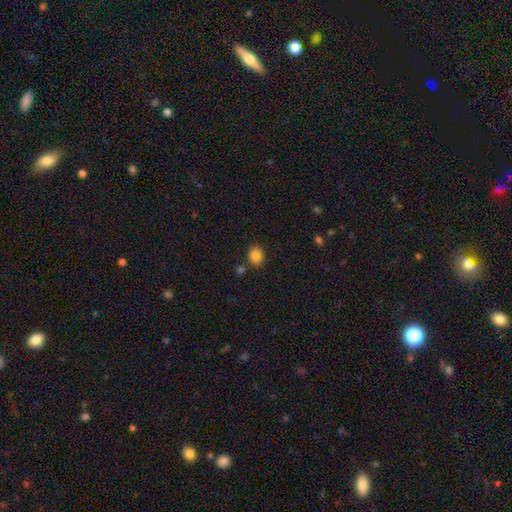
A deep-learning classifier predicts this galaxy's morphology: Smooth or featured?
  - smooth: 85% *
  - star or artifact: 10%
  - featured or disk: 5%
How rounded?
  - round: 53% *
  - in between: 46%
  - cigar-shaped: 1%
Merging?
  - none: 80% *
  - minor disturbance: 10%
  - merger: 7%
  - major disturbance: 3%